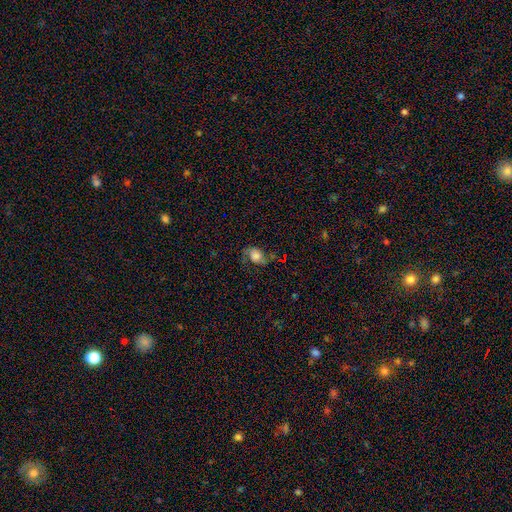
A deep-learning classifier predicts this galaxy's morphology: Overall: smooth (48%; featured or disk 40%). Merging: none (53%; minor disturbance 25%).